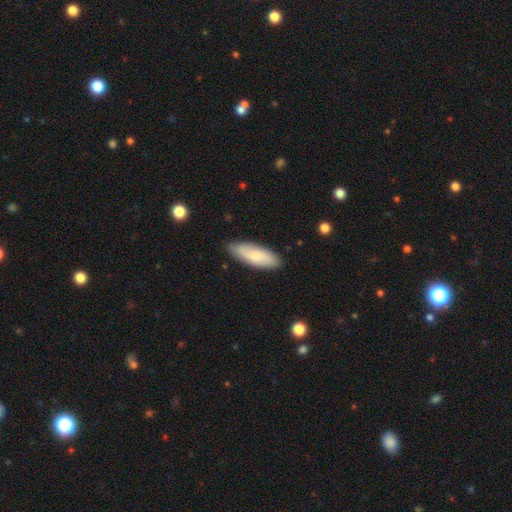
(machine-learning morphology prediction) Smooth or featured? smooth (76%)
How rounded? in between (66%)
Merging? none (85%)